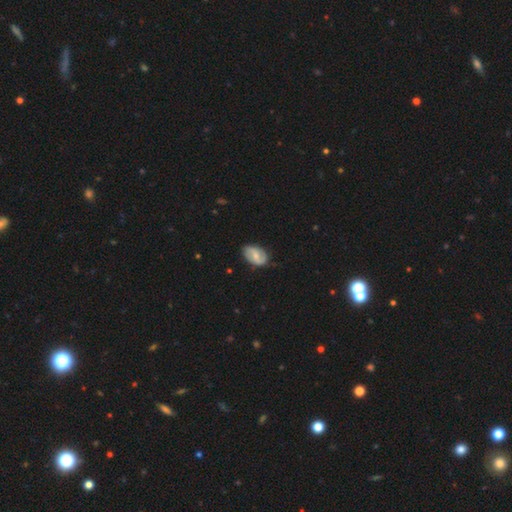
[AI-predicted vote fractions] Morphology: type=featured or disk (59%); edge-on=no (96%); bar=weak (47%); spiral arms=yes (85%); bulge=small (47%); merging=none (79%).